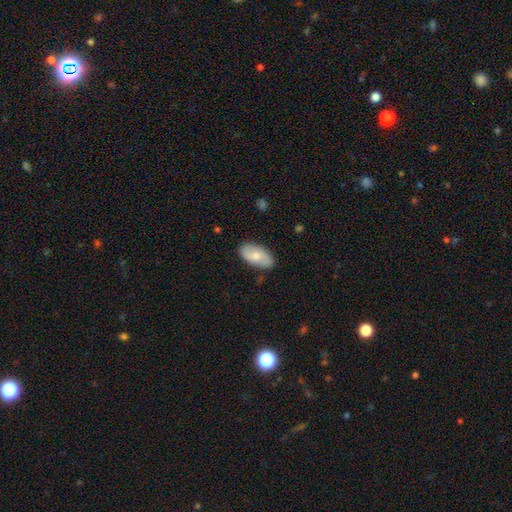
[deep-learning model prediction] A smooth galaxy with no disk features (62%) that is in between round and cigar-shaped (94%).

Vote fractions:
- Smooth or featured? smooth: 62% / featured or disk: 32% / star or artifact: 6%
- How rounded? in between: 94% / cigar-shaped: 3% / round: 3%
- Merging? none: 83% / minor disturbance: 13% / major disturbance: 2% / merger: 1%